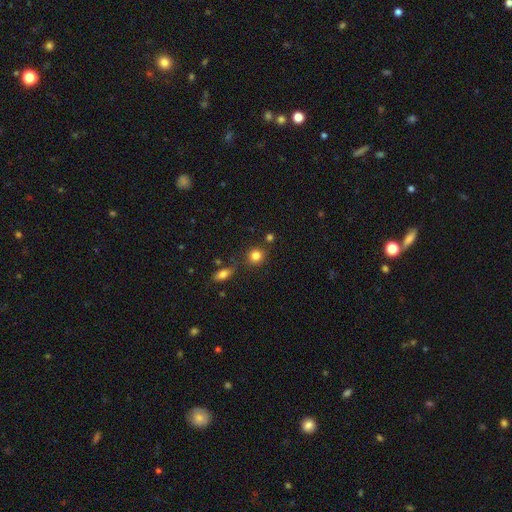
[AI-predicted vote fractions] Smooth or featured? Predicted: smooth (p=0.83). How rounded? Predicted: round (p=0.84). Merging? Predicted: none (p=0.77).